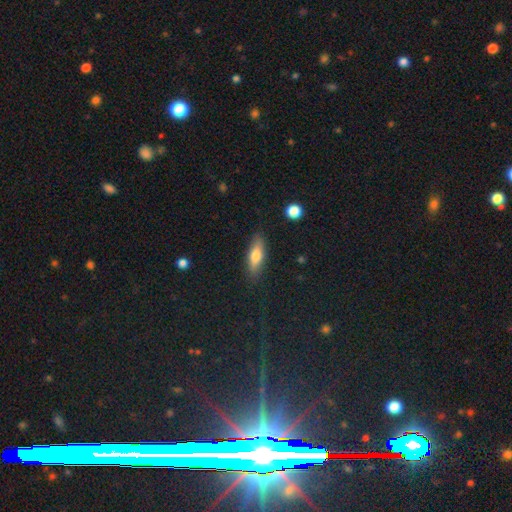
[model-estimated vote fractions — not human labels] Smooth or featured: smooth — 69% (featured or disk — 24%)
How rounded: in between — 54% (cigar-shaped — 43%)
Merging: none — 85% (minor disturbance — 11%)